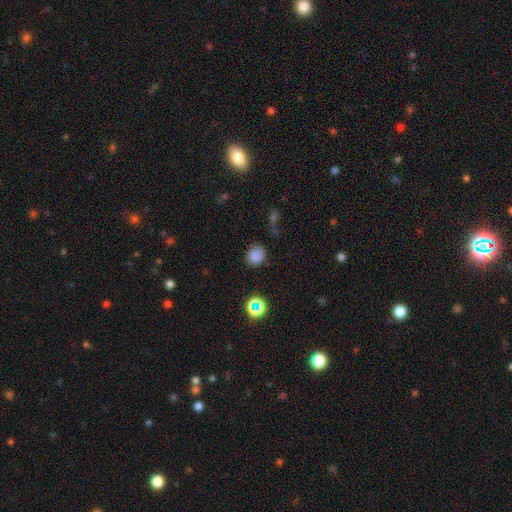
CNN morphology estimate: smooth 78%, star or artifact 16%, featured or disk 6%. Down the decision tree: how rounded — round (77%); merging — none (77%).